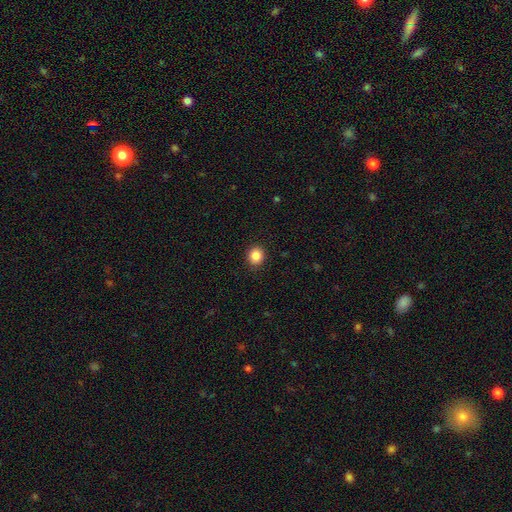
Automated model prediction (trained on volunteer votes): This is clearly a smooth galaxy (86%). How rounded: clearly round (84%). Merging: clearly none (91%).